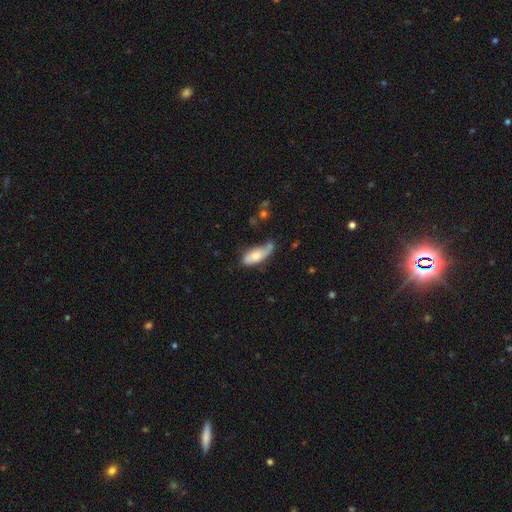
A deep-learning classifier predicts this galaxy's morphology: This is likely a smooth galaxy (66%). How rounded: clearly in between (81%). Merging: marginally none (39%).